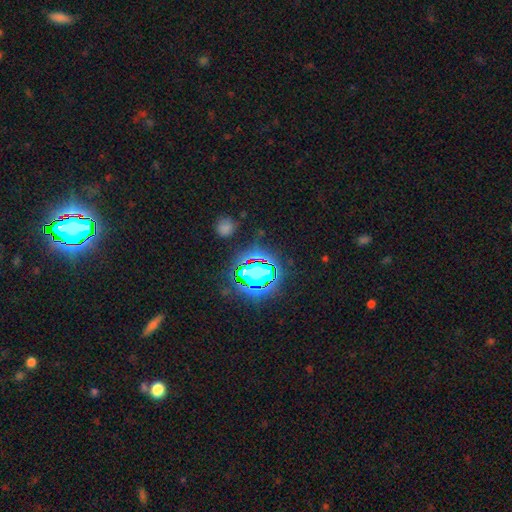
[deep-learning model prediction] smooth_or_featured: star or artifact (p=0.78) [alt: smooth p=0.14]